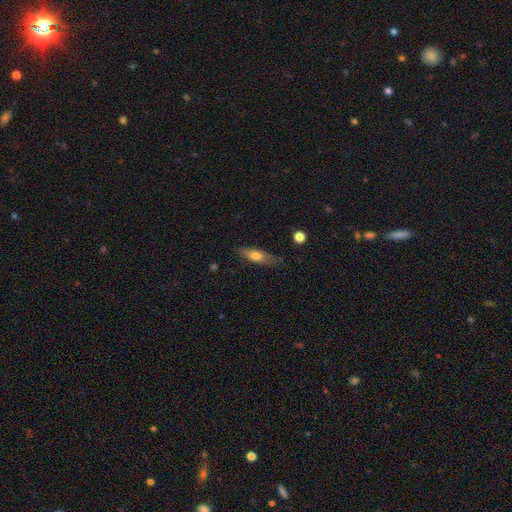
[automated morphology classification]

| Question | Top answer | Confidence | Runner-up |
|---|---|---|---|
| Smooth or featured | smooth | 63% | featured or disk (30%) |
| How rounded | cigar-shaped | 54% | in between (43%) |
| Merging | none | 71% | minor disturbance (22%) |